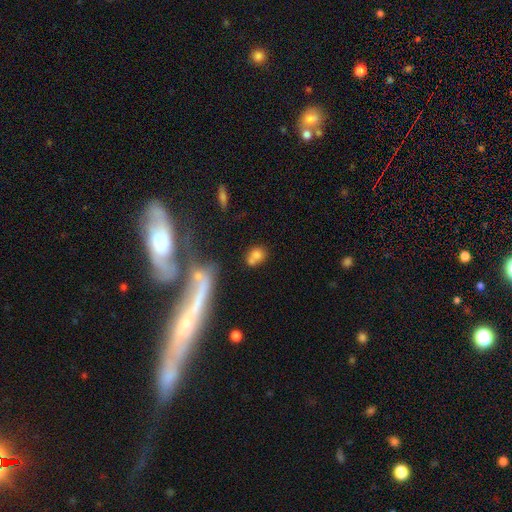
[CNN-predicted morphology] A smooth galaxy with no disk features (70%) that is round (52%). Merging: merger (43%).